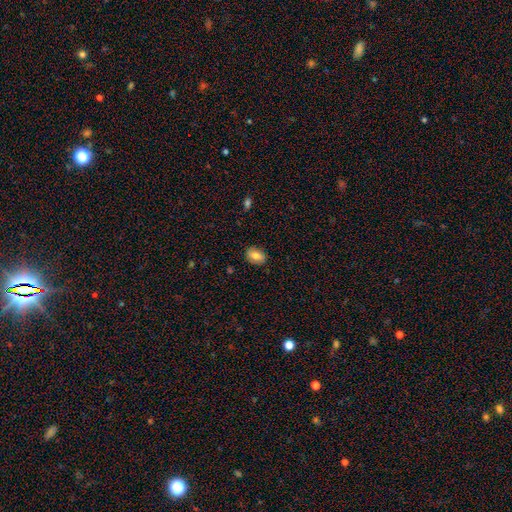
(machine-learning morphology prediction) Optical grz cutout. It shows a smooth galaxy with no disk features (75%) that is in between round and cigar-shaped (76%). Merging: none (85%).